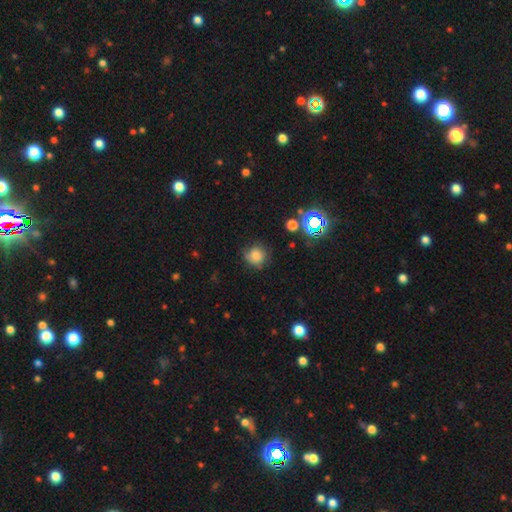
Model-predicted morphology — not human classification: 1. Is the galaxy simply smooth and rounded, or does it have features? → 74% smooth, 14% star or artifact, 12% featured or disk.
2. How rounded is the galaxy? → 88% round, 11% in between, 1% cigar-shaped.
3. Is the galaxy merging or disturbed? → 70% none, 21% minor disturbance, 7% major disturbance, 2% merger.